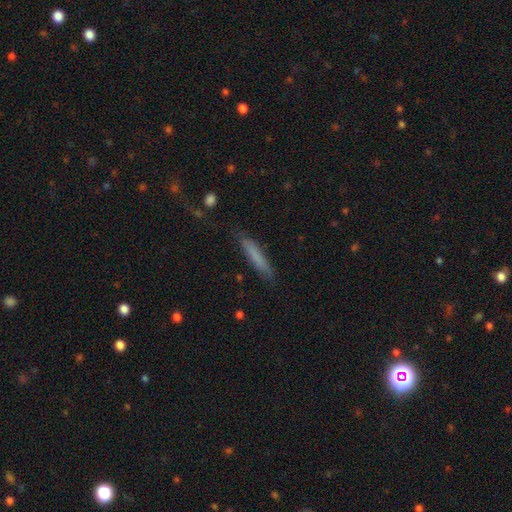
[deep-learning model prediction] This is likely a smooth galaxy (72%). How rounded: clearly cigar-shaped (92%). Merging: clearly none (80%).